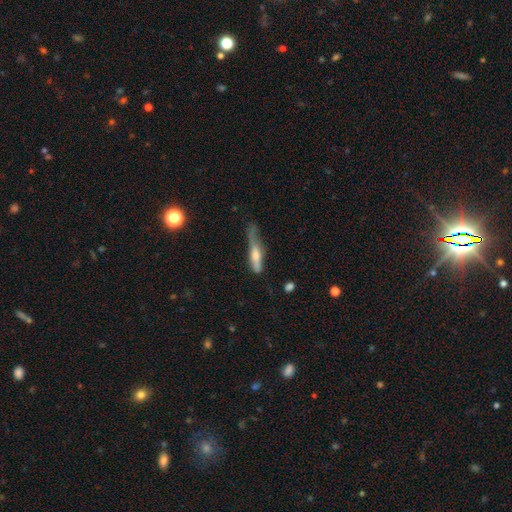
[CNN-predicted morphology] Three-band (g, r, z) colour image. It shows a smooth galaxy with no disk features (60%) that is cigar-shaped (79%). Merging: minor disturbance (35%).